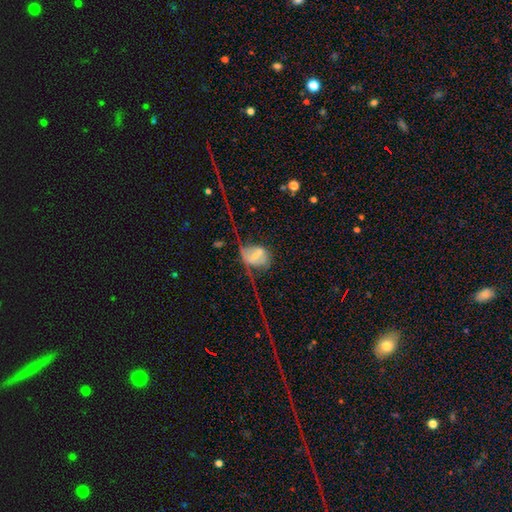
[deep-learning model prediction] Overall: featured or disk (52%; smooth 36%). Edge-on disk: no (93%). Merging: major disturbance (37%; none 26%).